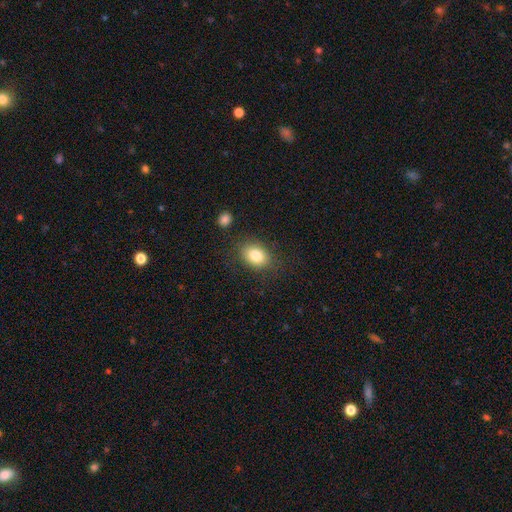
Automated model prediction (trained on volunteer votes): smooth_or_featured: smooth (p=0.83) [alt: star or artifact p=0.09]
how_rounded: in between (p=0.69) [alt: round p=0.30]
merging: none (p=0.81) [alt: minor disturbance p=0.12]